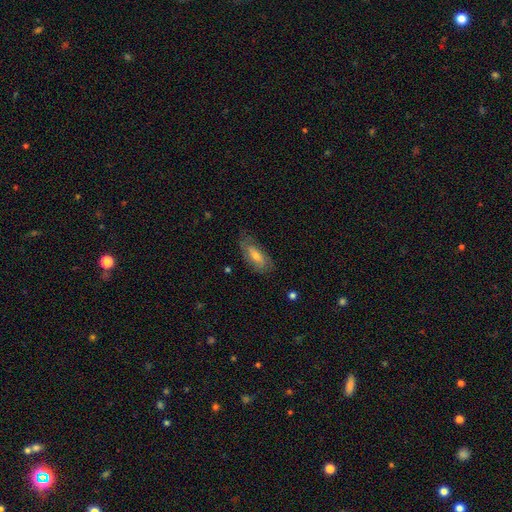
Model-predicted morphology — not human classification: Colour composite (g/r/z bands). It shows a featured or disk galaxy (53%). Merging: none (71%).